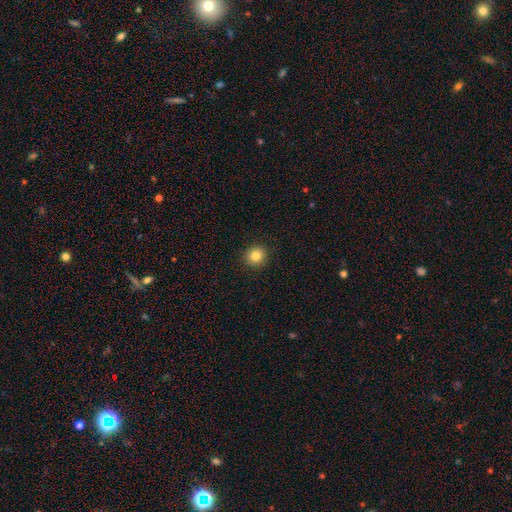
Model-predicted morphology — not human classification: Q: Smooth or featured?
A: smooth (84%); runner-up: star or artifact (11%)
Q: How rounded?
A: round (90%); runner-up: in between (9%)
Q: Merging?
A: none (92%); runner-up: minor disturbance (6%)